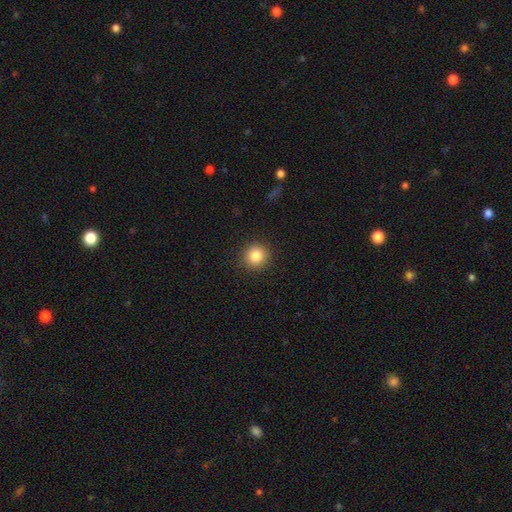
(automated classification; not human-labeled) This appears to be a smooth galaxy with no disk features (84%) that is round (93%). Merging: none (91%).